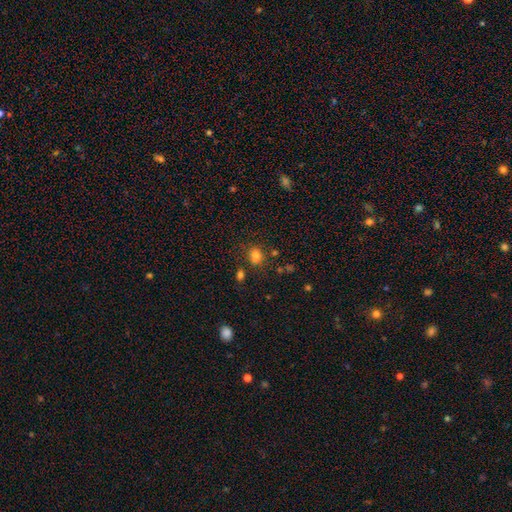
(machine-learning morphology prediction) type=smooth (79%); roundness=round (61%); merging=none (71%).